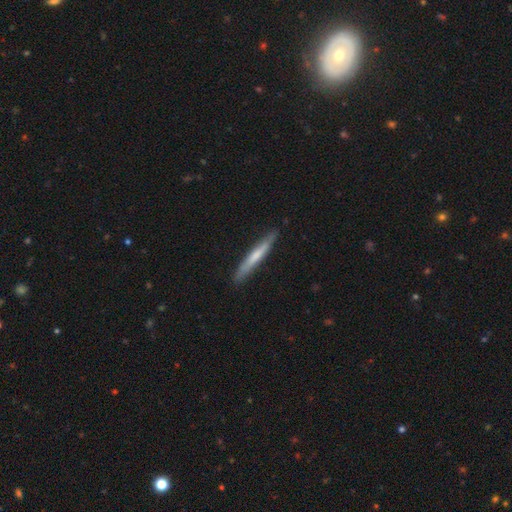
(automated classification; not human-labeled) Smooth or featured? Predicted: smooth (p=0.56). How rounded? Predicted: cigar-shaped (p=0.96). Merging? Predicted: none (p=0.88).